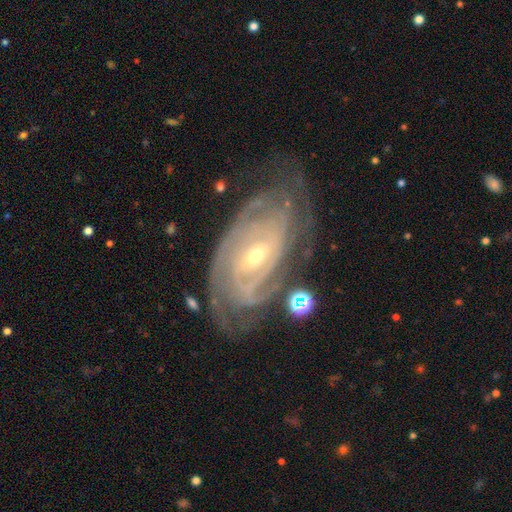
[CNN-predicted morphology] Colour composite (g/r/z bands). It shows a featured or disk galaxy (90%) with a weak bar (44%), tight (79%) spiral arms (97%) and a small central bulge (58%). Merging: none (70%).